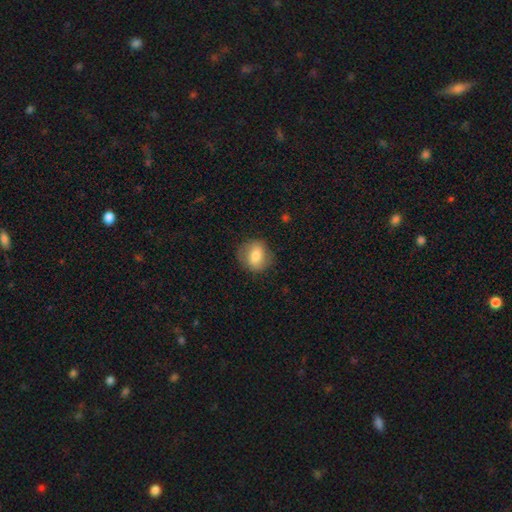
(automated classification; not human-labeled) Smooth or featured: smooth — 74% (featured or disk — 18%)
How rounded: round — 60% (in between — 38%)
Merging: none — 79% (minor disturbance — 15%)